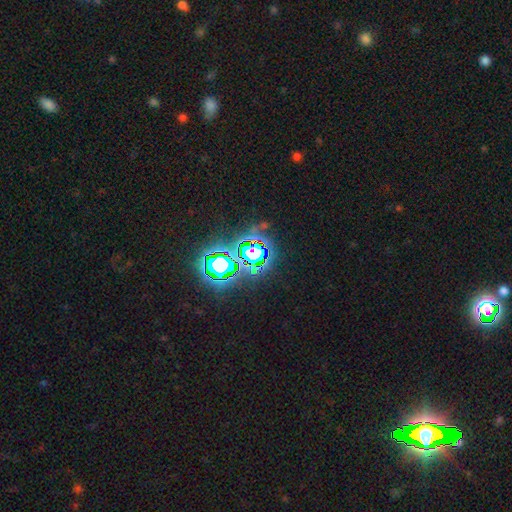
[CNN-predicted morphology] Smooth or featured? star or artifact (75%)